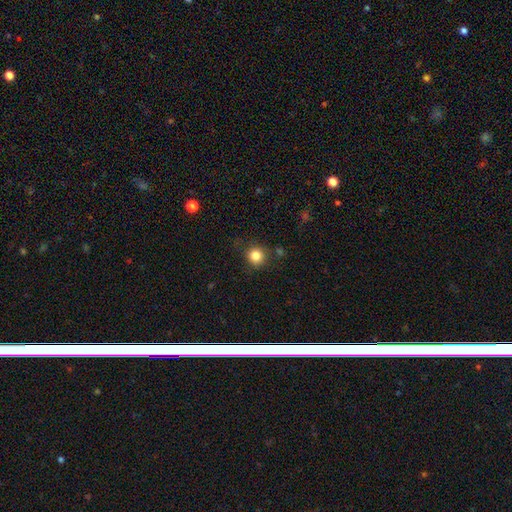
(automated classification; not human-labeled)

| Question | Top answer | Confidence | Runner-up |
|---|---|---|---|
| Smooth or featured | smooth | 83% | star or artifact (11%) |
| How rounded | round | 92% | in between (7%) |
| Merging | none | 85% | minor disturbance (9%) |